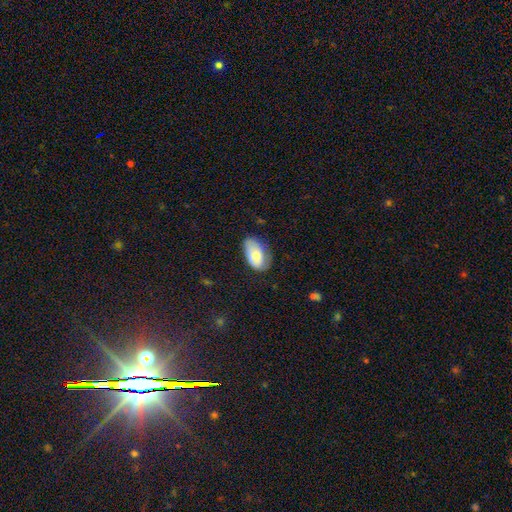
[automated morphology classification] Smooth or featured: smooth — 71% (featured or disk — 22%)
How rounded: in between — 93% (round — 5%)
Merging: none — 53% (minor disturbance — 35%)